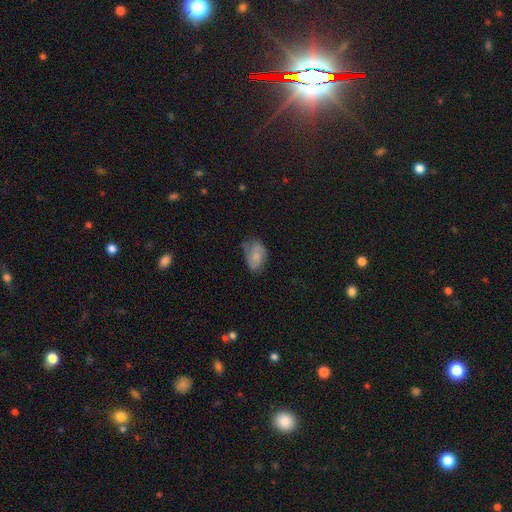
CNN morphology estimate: smooth-or-featured: smooth: 62% | featured or disk: 30% | star or artifact: 8%
  how-rounded: in between: 89% | round: 9% | cigar-shaped: 2%
  merging: none: 47% | minor disturbance: 35% | major disturbance: 14% | merger: 3%